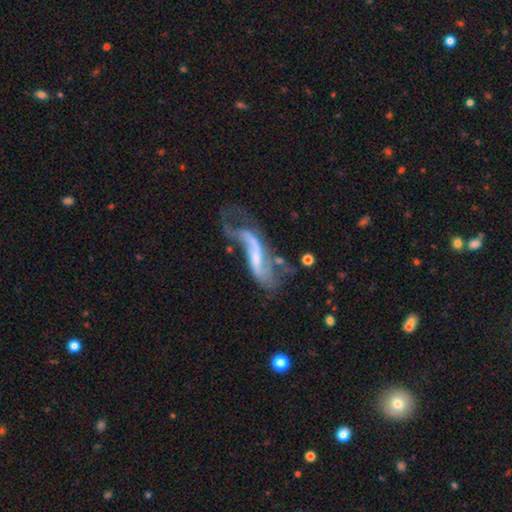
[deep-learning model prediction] This appears to be a featured or disk galaxy (75%) with a weak bar (37%), 2 (68%) loose (81%) spiral arms (79%) and a small central bulge (53%). Merging: major disturbance (40%).